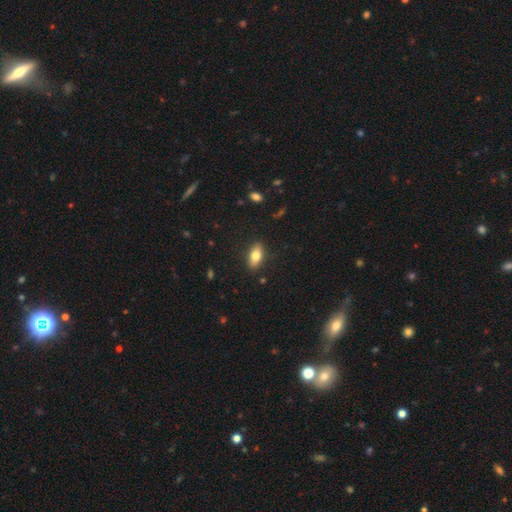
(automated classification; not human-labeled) Smooth or featured? smooth (75%)
How rounded? in between (84%)
Merging? none (87%)